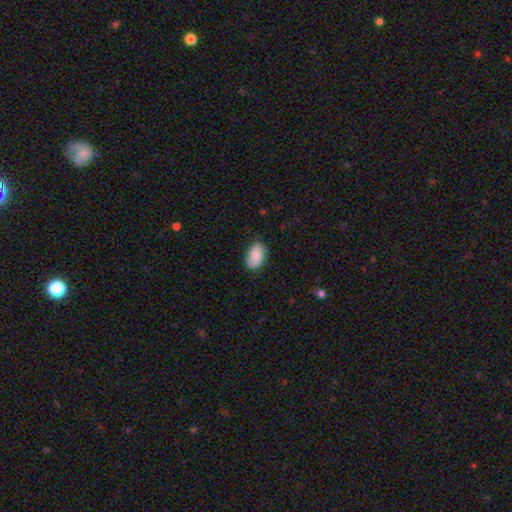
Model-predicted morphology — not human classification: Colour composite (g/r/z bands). It shows a smooth galaxy with no disk features (82%) that is in between round and cigar-shaped (91%). Merging: none (81%).